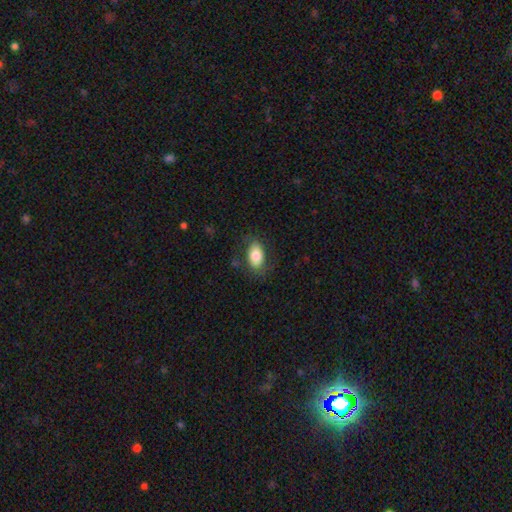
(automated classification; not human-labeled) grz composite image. It shows a smooth galaxy with no disk features (79%) that is in between round and cigar-shaped (91%). Merging: none (76%).